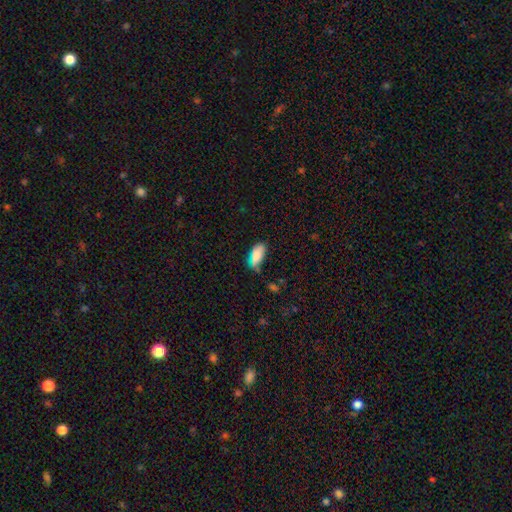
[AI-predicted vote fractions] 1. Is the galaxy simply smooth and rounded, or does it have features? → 79% smooth, 10% featured or disk, 10% star or artifact.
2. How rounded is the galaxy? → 89% in between, 8% cigar-shaped, 3% round.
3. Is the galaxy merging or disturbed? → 43% none, 33% minor disturbance, 15% major disturbance, 10% merger.